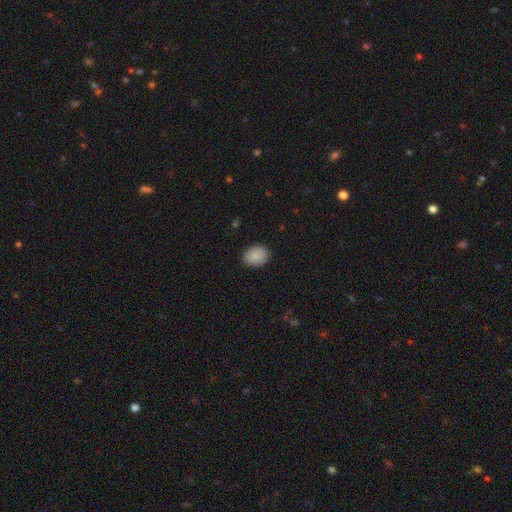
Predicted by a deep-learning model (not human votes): A smooth galaxy with no disk features (88%) that is in between round and cigar-shaped (52%). Merging: none (87%).